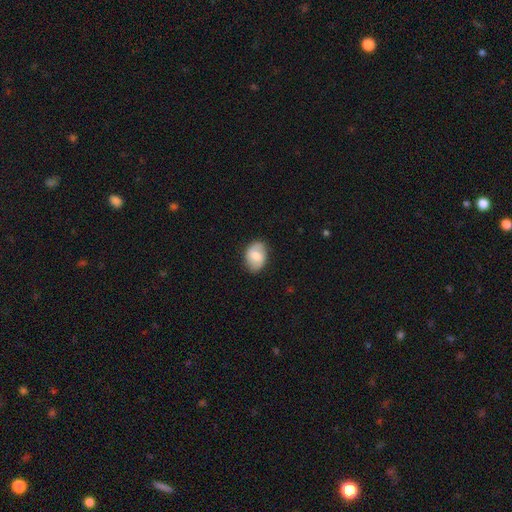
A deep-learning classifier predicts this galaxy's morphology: Smooth or featured? smooth (64%)
How rounded? in between (78%)
Merging? none (80%)